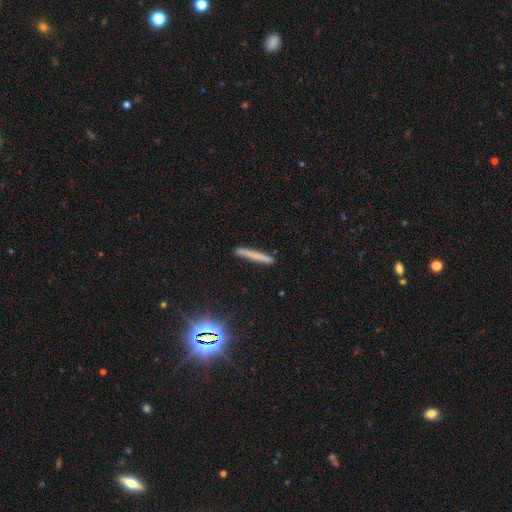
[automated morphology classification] smooth-or-featured: smooth: 65% | featured or disk: 22% | star or artifact: 13%
  how-rounded: cigar-shaped: 96% | in between: 3% | round: 2%
  merging: none: 88% | minor disturbance: 9% | major disturbance: 2% | merger: 2%